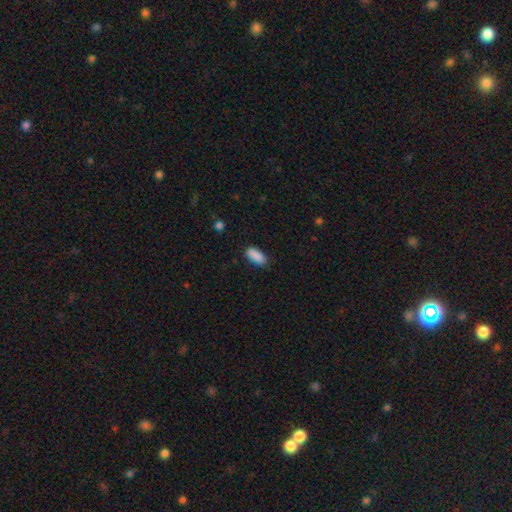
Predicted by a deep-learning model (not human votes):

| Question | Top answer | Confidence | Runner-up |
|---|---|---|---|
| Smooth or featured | smooth | 90% | star or artifact (7%) |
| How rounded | in between | 83% | cigar-shaped (15%) |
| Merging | none | 84% | minor disturbance (12%) |